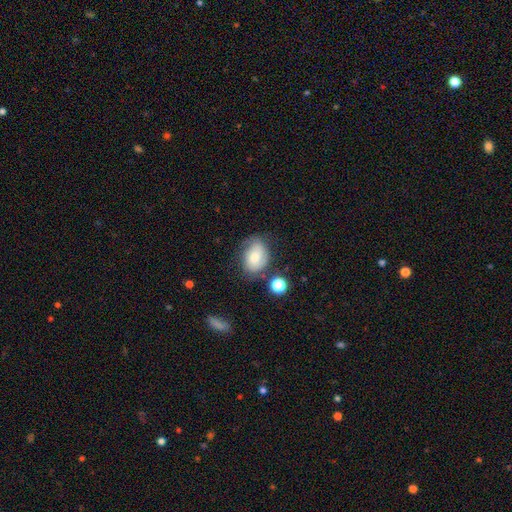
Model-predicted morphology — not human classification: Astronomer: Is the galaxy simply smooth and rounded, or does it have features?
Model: smooth — 61%.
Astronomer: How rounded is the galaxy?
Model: in between — 74%.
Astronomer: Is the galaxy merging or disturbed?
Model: none — 57%.